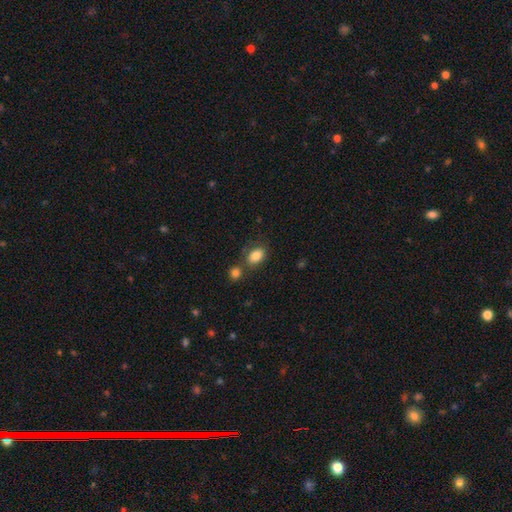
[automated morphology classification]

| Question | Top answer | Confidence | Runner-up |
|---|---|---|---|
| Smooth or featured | smooth | 84% | star or artifact (8%) |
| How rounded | in between | 82% | round (17%) |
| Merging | none | 59% | merger (22%) |